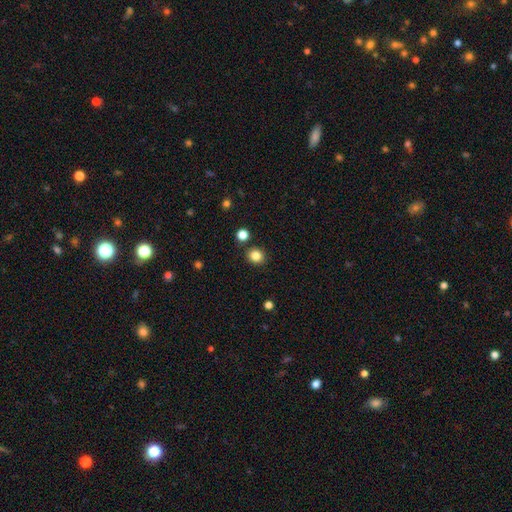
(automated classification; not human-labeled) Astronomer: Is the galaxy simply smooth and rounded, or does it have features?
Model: smooth — 83%.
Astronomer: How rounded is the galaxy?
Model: round — 83%.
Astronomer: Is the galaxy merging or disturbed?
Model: none — 88%.